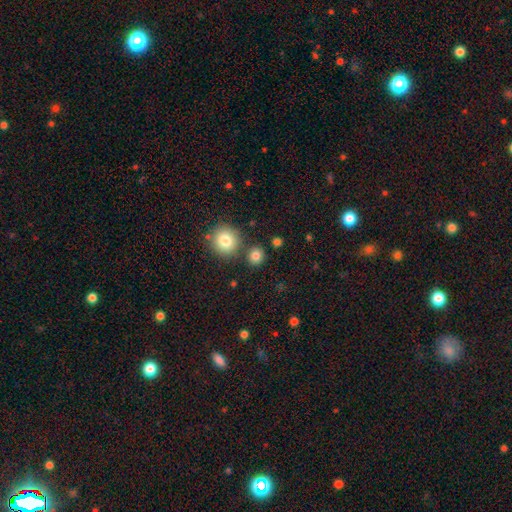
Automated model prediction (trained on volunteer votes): smooth-or-featured: smooth: 82% | star or artifact: 12% | featured or disk: 6%
  how-rounded: round: 86% | in between: 13% | cigar-shaped: 1%
  merging: none: 80% | merger: 10% | minor disturbance: 7% | major disturbance: 3%